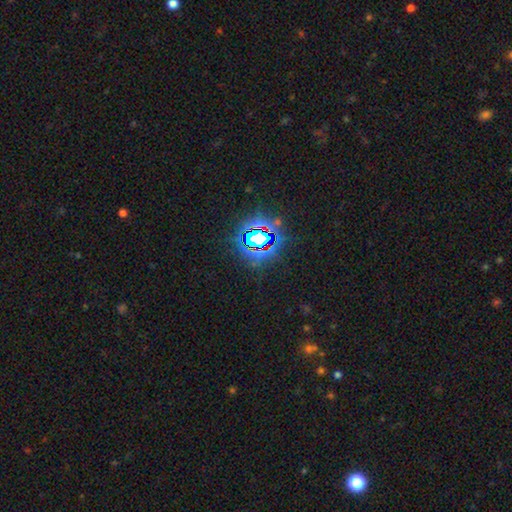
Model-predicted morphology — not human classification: A star or artifact, not a galaxy (82%).

Vote fractions:
- Smooth or featured? star or artifact: 82% / smooth: 11% / featured or disk: 7%